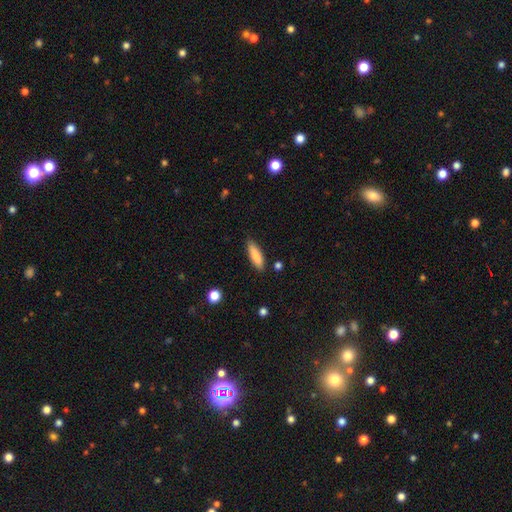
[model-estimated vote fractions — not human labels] smooth 86%, featured or disk 8%, star or artifact 6%. Down the decision tree: how rounded — cigar-shaped (56%); merging — none (86%).